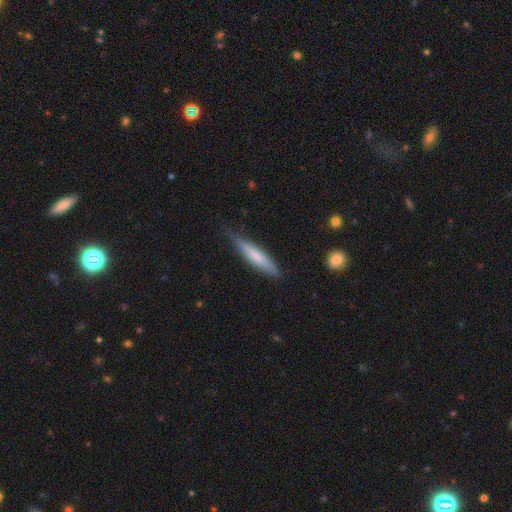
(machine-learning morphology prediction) Smooth or featured? smooth (61%)
How rounded? cigar-shaped (89%)
Merging? none (78%)